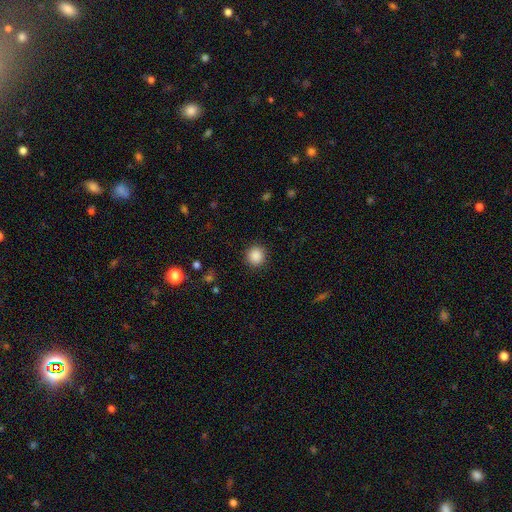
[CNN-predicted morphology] smooth_or_featured: smooth (p=0.88) [alt: star or artifact p=0.09]
how_rounded: round (p=0.92) [alt: in between p=0.07]
merging: none (p=0.91) [alt: minor disturbance p=0.06]